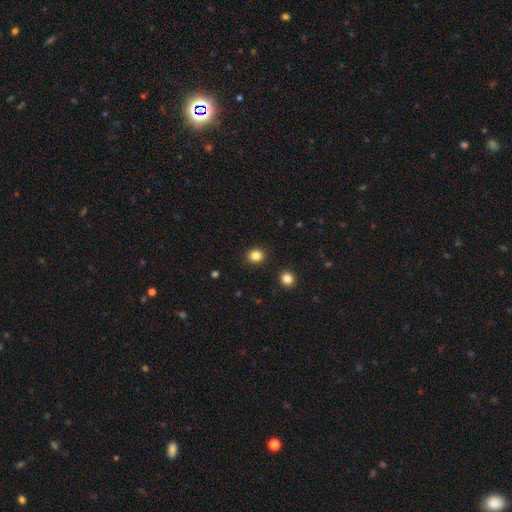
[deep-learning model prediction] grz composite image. It shows a smooth galaxy with no disk features (84%) that is round (80%). Merging: none (91%).